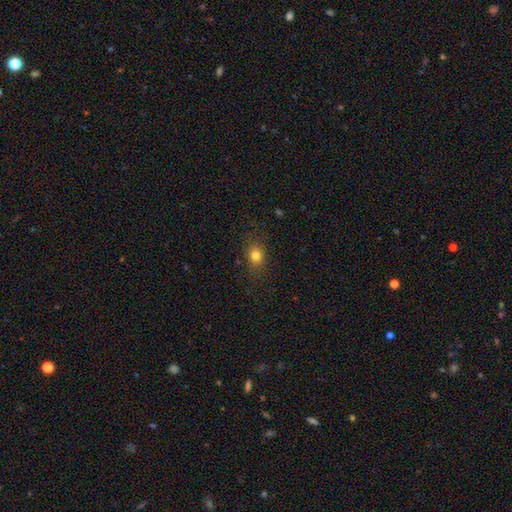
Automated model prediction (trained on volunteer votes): Morphology: type=smooth (79%); roundness=round (51%); merging=none (82%).